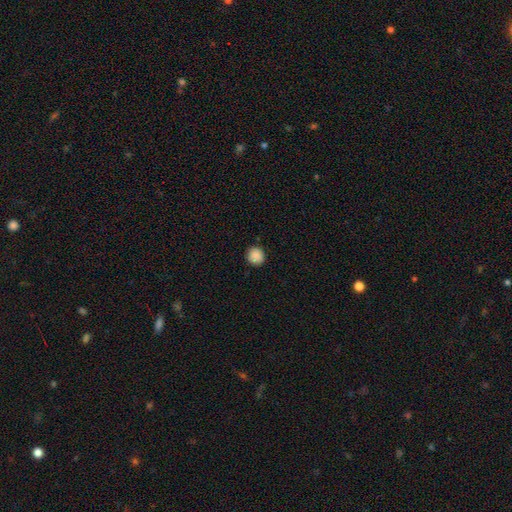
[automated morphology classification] smooth_or_featured: smooth (p=0.89) [alt: star or artifact p=0.09]
how_rounded: round (p=0.91) [alt: in between p=0.09]
merging: none (p=0.91) [alt: minor disturbance p=0.06]